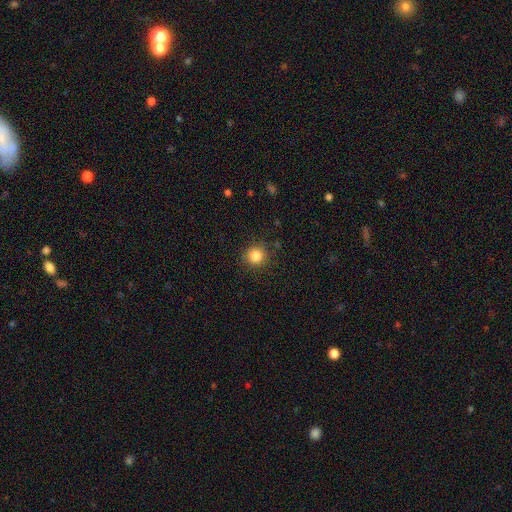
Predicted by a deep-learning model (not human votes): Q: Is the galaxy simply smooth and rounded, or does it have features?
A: smooth — 85%.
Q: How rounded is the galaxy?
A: round — 93%.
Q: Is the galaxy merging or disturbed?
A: none — 89%.